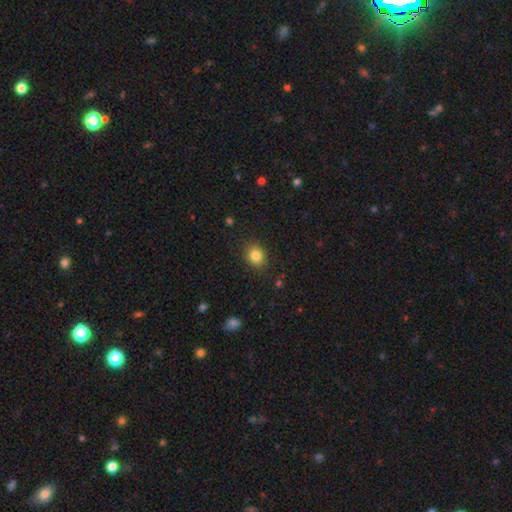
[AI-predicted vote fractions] Smooth or featured? smooth (84%)
How rounded? round (65%)
Merging? none (86%)